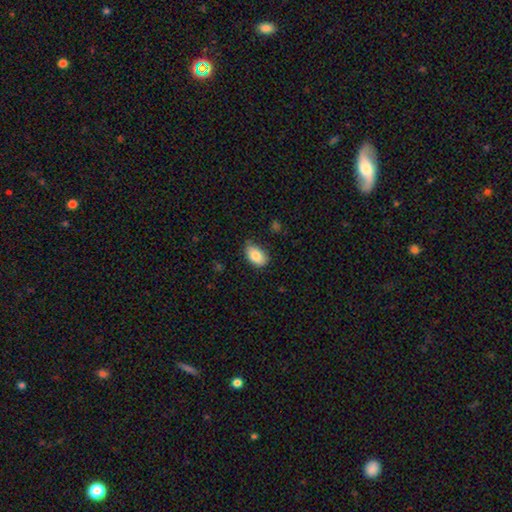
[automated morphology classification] This is clearly a smooth galaxy (84%). How rounded: clearly in between (92%). Merging: likely none (74%).